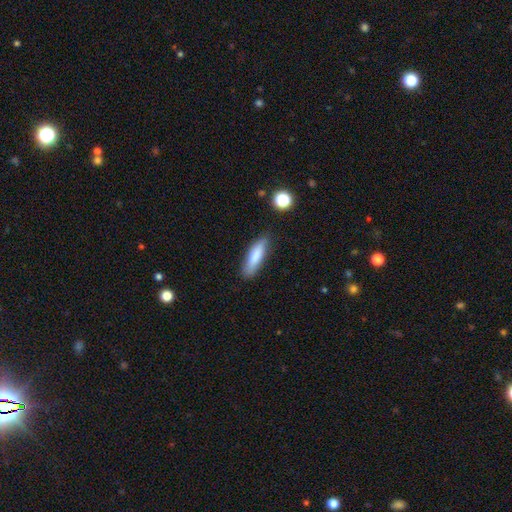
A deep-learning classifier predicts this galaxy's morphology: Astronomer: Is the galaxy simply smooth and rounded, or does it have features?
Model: smooth — 82%.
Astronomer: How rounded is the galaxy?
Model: cigar-shaped — 62%.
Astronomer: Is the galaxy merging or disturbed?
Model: none — 82%.